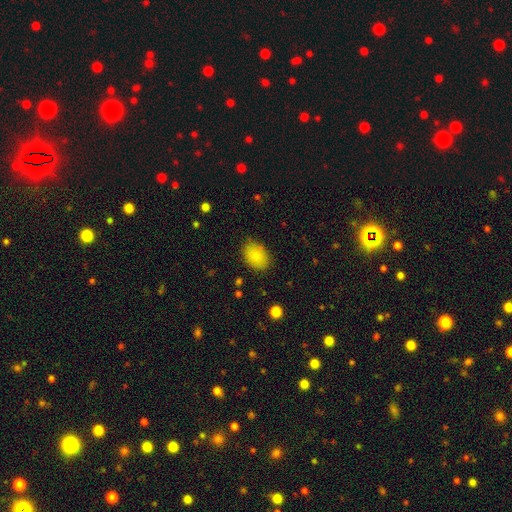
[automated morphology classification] Q: Smooth or featured?
A: smooth (84%); runner-up: star or artifact (9%)
Q: How rounded?
A: in between (75%); runner-up: round (24%)
Q: Merging?
A: none (82%); runner-up: minor disturbance (13%)